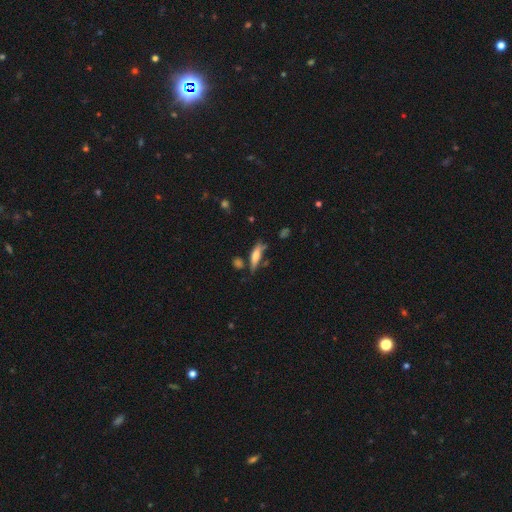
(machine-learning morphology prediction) Smooth or featured? Predicted: smooth (p=0.58). How rounded? Predicted: cigar-shaped (p=0.63). Merging? Predicted: none (p=0.55).